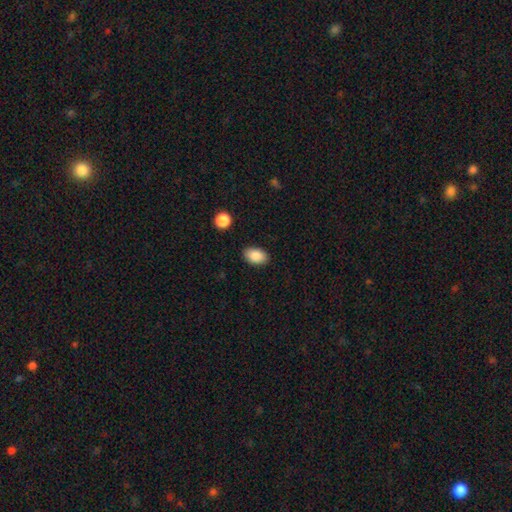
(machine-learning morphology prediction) Q: Smooth or featured?
A: smooth (88%); runner-up: star or artifact (7%)
Q: How rounded?
A: in between (90%); runner-up: round (9%)
Q: Merging?
A: none (86%); runner-up: minor disturbance (10%)